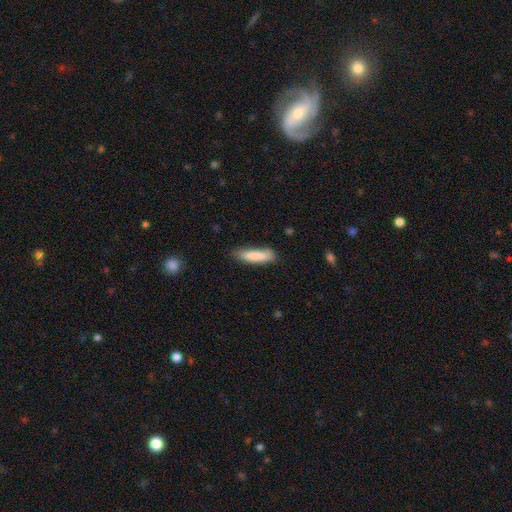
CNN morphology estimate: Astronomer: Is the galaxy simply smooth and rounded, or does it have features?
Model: smooth — 85%.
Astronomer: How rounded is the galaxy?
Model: cigar-shaped — 69%.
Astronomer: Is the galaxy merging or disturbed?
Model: none — 74%.